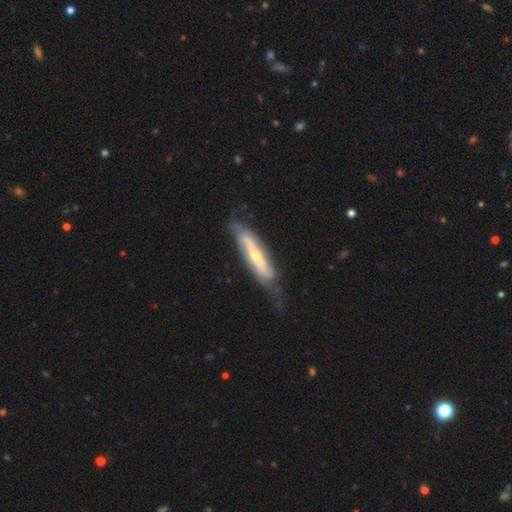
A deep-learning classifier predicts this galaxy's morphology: smooth-or-featured: featured or disk: 69% | smooth: 26% | star or artifact: 6%
  disk-edge-on: no: 52% | yes: 48%
  merging: none: 58% | minor disturbance: 28% | major disturbance: 11% | merger: 2%